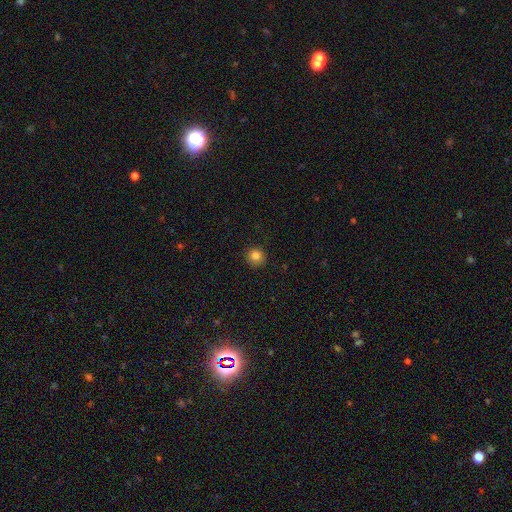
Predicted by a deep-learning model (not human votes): This is clearly a smooth galaxy (84%). How rounded: clearly round (93%). Merging: clearly none (91%).